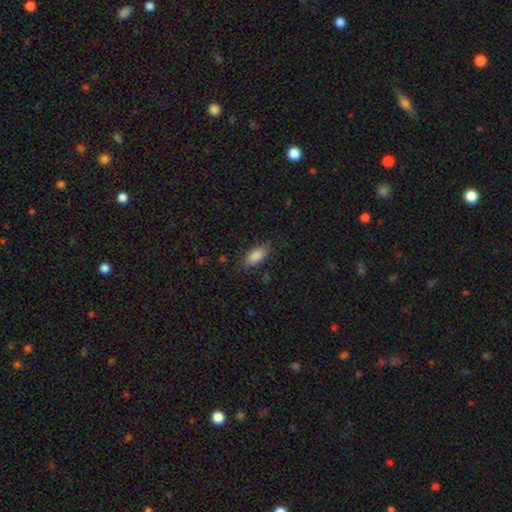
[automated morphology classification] Smooth or featured? Predicted: smooth (p=0.87). How rounded? Predicted: in between (p=0.86). Merging? Predicted: none (p=0.82).